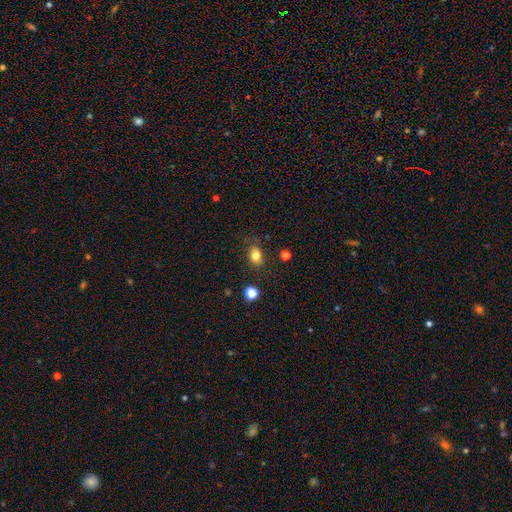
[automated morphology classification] smooth 80%, star or artifact 11%, featured or disk 9%. Down the decision tree: how rounded — in between (69%); merging — none (76%).